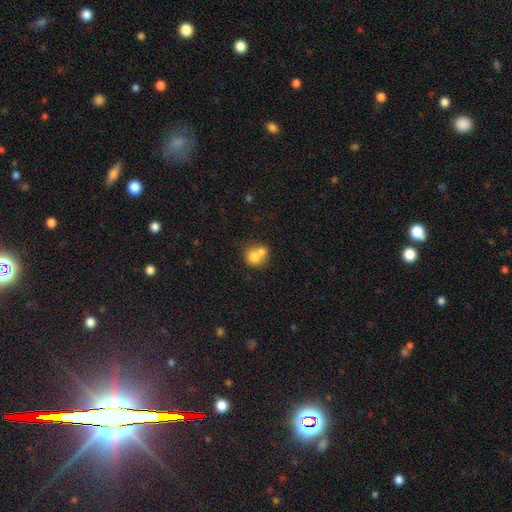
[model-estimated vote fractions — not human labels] The model was most divided on "merging": merger: 61%, none: 29%, minor disturbance: 7%, major disturbance: 3%. More confident: how rounded — round (74%); smooth or featured — smooth (71%).